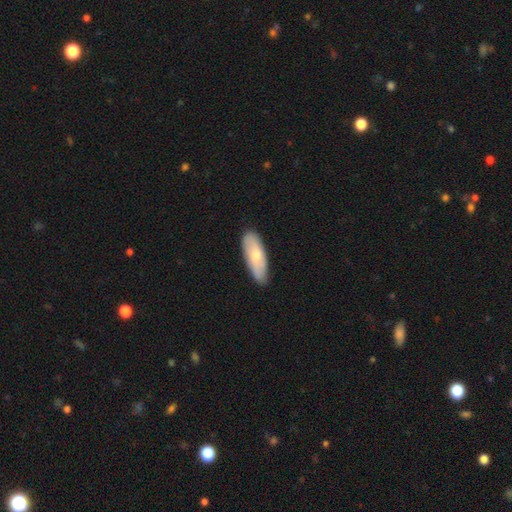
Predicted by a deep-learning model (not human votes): Overall: smooth (66%; featured or disk 29%). How rounded: in between (70%). Merging: none (82%).